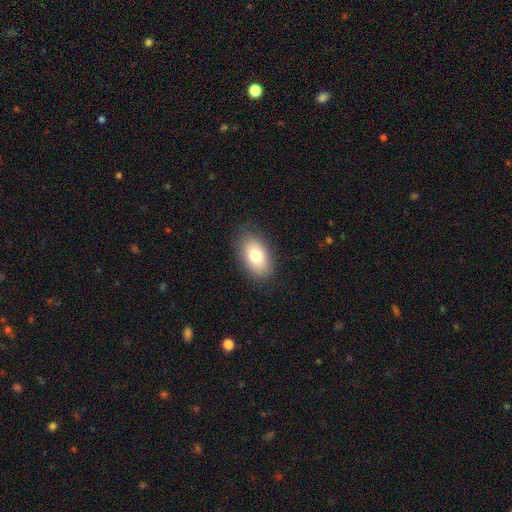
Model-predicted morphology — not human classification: Smooth or featured: smooth — 76% (featured or disk — 15%)
How rounded: in between — 89% (round — 9%)
Merging: none — 85% (minor disturbance — 11%)